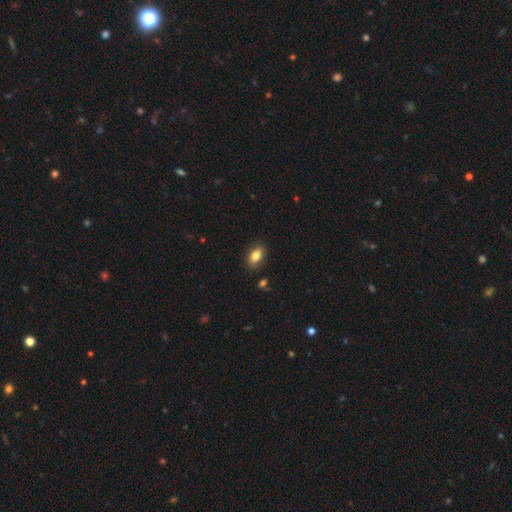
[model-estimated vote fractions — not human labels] Smooth or featured: smooth — 84% (star or artifact — 8%)
How rounded: in between — 87% (round — 11%)
Merging: none — 86% (minor disturbance — 10%)